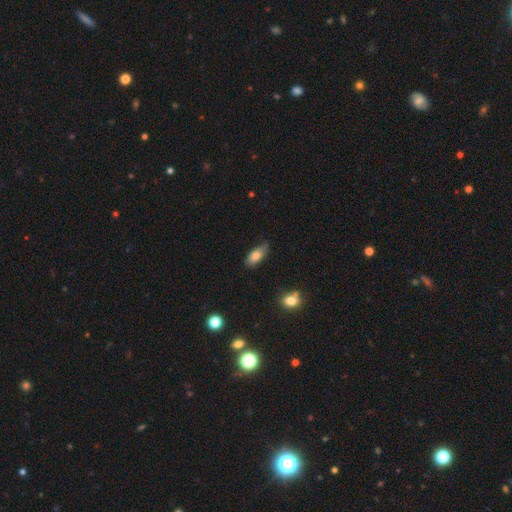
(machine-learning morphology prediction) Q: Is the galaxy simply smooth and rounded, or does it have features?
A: smooth — 77%.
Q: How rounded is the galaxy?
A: in between — 86%.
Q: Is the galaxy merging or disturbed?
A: none — 66%.